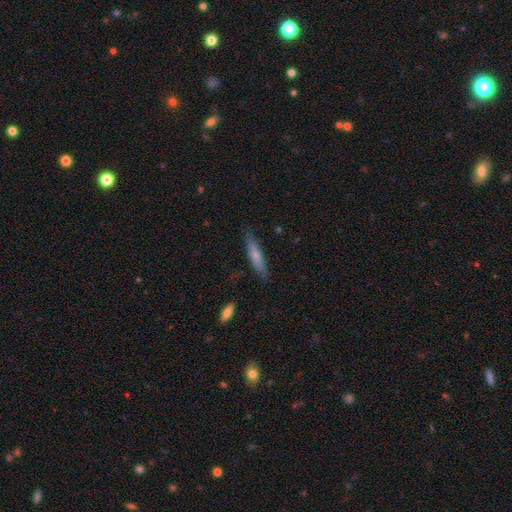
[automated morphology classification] Smooth or featured? Predicted: smooth (p=0.63). How rounded? Predicted: cigar-shaped (p=0.82). Merging? Predicted: none (p=0.81).